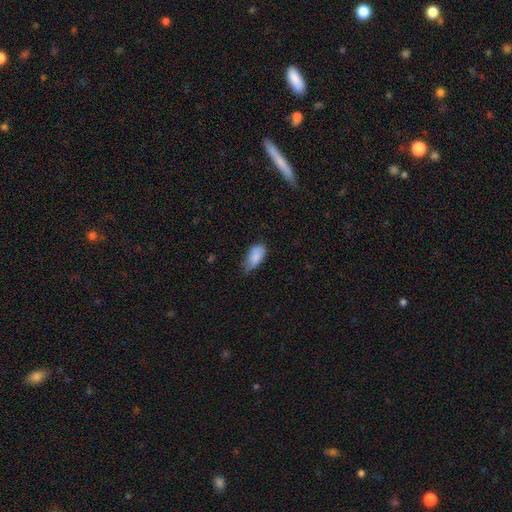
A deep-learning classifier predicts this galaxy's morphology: type=smooth (84%); roundness=in between (92%); merging=minor disturbance (46%).